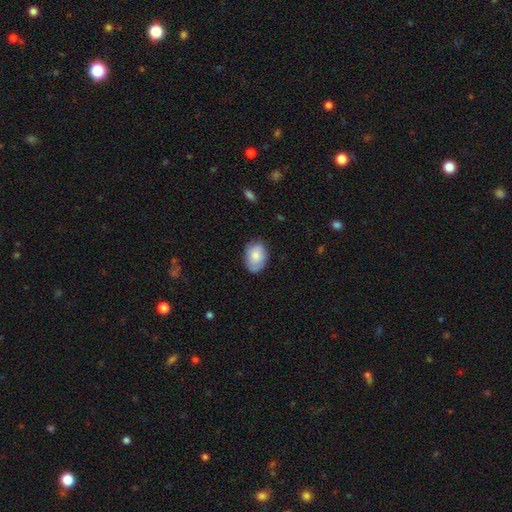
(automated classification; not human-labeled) This appears to be a smooth galaxy with no disk features (75%) that is in between round and cigar-shaped (79%). Merging: none (73%).